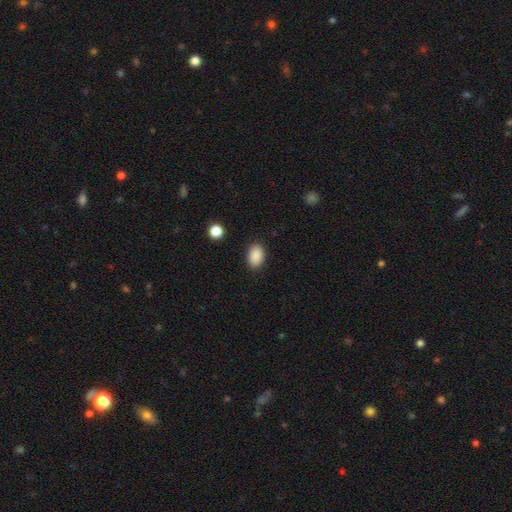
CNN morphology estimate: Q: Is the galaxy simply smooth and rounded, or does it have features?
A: smooth — 89%.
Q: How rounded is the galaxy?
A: in between — 86%.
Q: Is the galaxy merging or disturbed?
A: none — 88%.